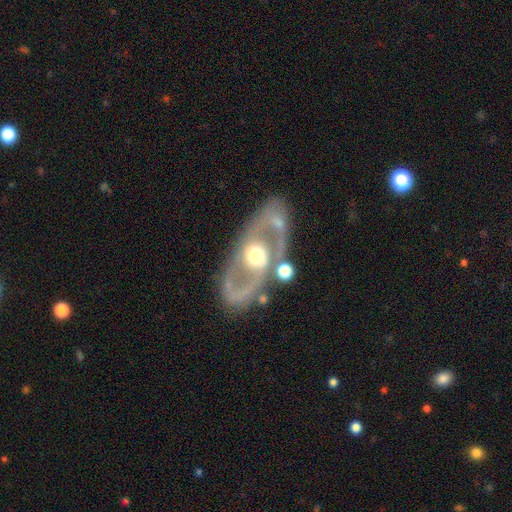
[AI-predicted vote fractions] A featured or disk galaxy (76%) with no bar (67%), no spiral arms (57%) and a moderate central bulge (65%). Merging: none (68%).